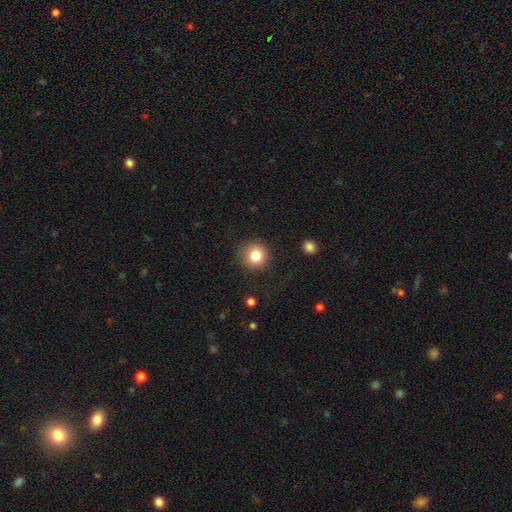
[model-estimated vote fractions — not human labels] The model was most divided on "smooth or featured": smooth: 82%, star or artifact: 11%, featured or disk: 7%. More confident: how rounded — round (93%); merging — none (89%).